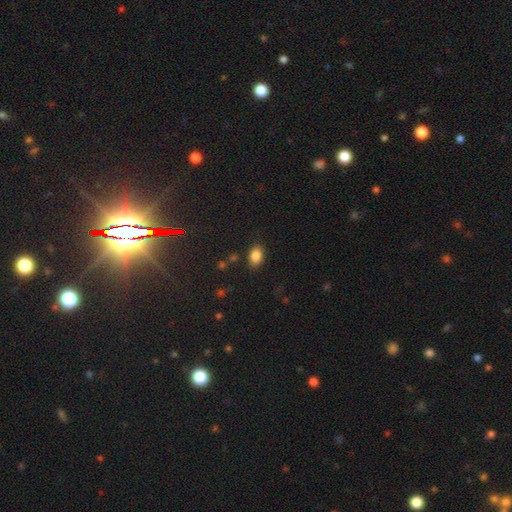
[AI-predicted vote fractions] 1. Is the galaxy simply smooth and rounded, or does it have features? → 85% smooth, 9% star or artifact, 5% featured or disk.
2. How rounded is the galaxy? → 86% in between, 13% round, 1% cigar-shaped.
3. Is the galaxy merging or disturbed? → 85% none, 10% minor disturbance, 3% major disturbance, 2% merger.